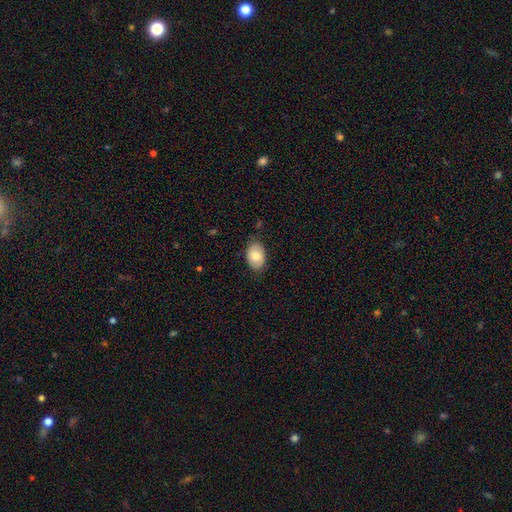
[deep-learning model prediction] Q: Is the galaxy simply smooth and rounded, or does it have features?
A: smooth — 75%.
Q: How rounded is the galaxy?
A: in between — 85%.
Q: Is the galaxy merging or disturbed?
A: none — 82%.